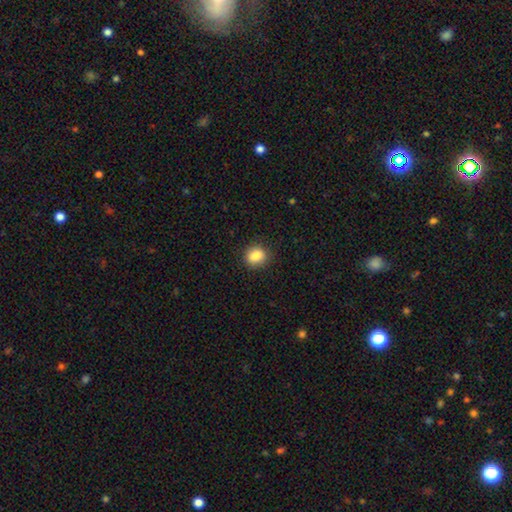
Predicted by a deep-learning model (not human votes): smooth 87%, star or artifact 9%, featured or disk 4%. Down the decision tree: how rounded — round (59%); merging — none (86%).